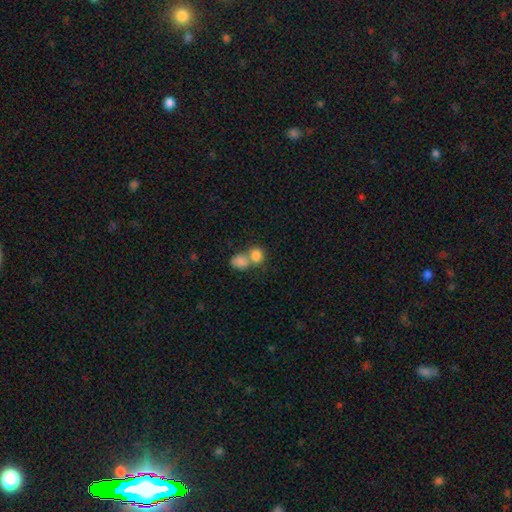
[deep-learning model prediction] A smooth galaxy with no disk features (82%) that is round (69%).

Vote fractions:
- Smooth or featured? smooth: 82% / star or artifact: 9% / featured or disk: 8%
- How rounded? round: 69% / in between: 30% / cigar-shaped: 1%
- Merging? merger: 59% / none: 31% / minor disturbance: 7% / major disturbance: 3%